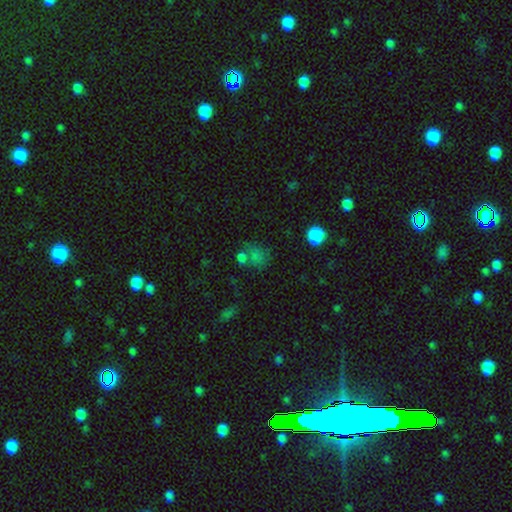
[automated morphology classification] smooth-or-featured: smooth: 68% | star or artifact: 21% | featured or disk: 12%
  how-rounded: round: 60% | in between: 38% | cigar-shaped: 2%
  merging: none: 44% | merger: 25% | minor disturbance: 18% | major disturbance: 13%